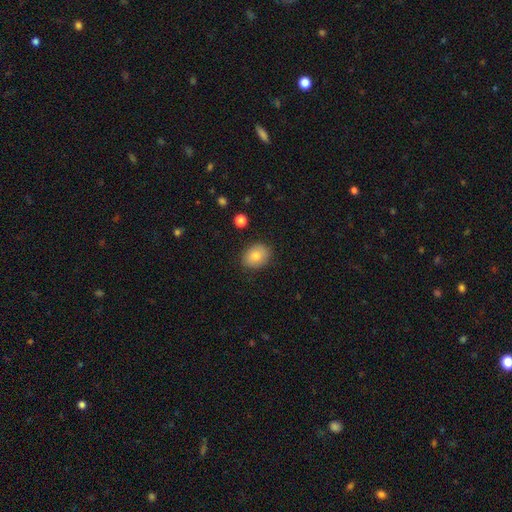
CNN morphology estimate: Smooth or featured? smooth (82%)
How rounded? in between (63%)
Merging? none (86%)